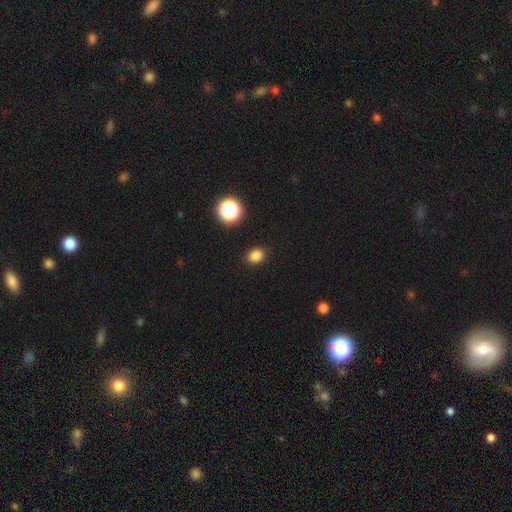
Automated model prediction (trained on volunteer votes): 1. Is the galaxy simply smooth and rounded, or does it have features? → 83% smooth, 13% star or artifact, 4% featured or disk.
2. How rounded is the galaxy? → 50% in between, 49% round, 1% cigar-shaped.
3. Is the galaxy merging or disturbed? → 90% none, 7% minor disturbance, 2% major disturbance, 1% merger.